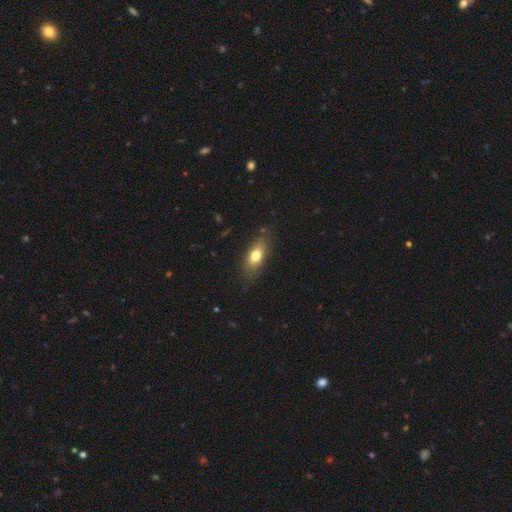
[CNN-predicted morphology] Q: Smooth or featured?
A: smooth (75%); runner-up: featured or disk (18%)
Q: How rounded?
A: in between (79%); runner-up: cigar-shaped (16%)
Q: Merging?
A: none (78%); runner-up: minor disturbance (16%)